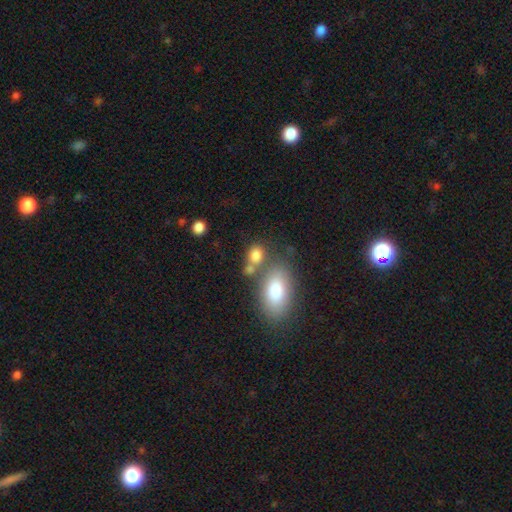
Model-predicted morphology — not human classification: A smooth galaxy with no disk features (81%) that is in between round and cigar-shaped (60%).

Vote fractions:
- Smooth or featured? smooth: 81% / star or artifact: 10% / featured or disk: 9%
- How rounded? in between: 60% / round: 37% / cigar-shaped: 3%
- Merging? none: 50% / merger: 30% / minor disturbance: 13% / major disturbance: 7%